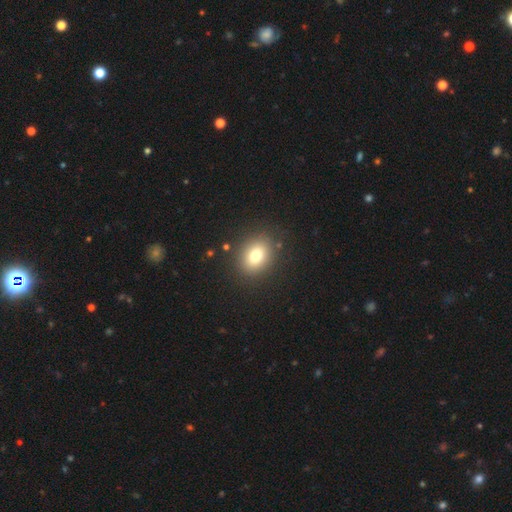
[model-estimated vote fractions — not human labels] Smooth or featured: smooth — 77% (star or artifact — 12%)
How rounded: in between — 52% (round — 47%)
Merging: none — 86% (minor disturbance — 8%)